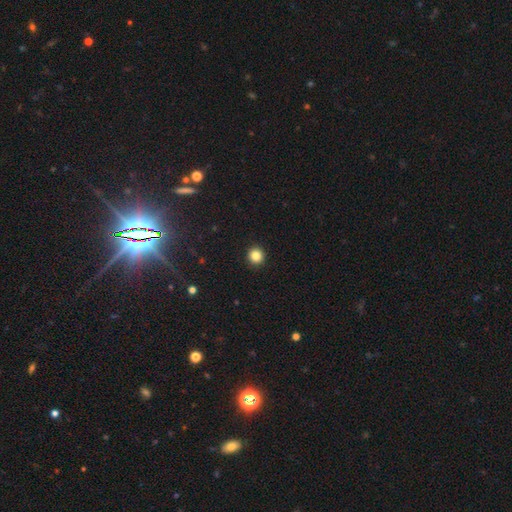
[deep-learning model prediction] A smooth galaxy with no disk features (86%) that is round (95%).

Vote fractions:
- Smooth or featured? smooth: 86% / star or artifact: 11% / featured or disk: 3%
- How rounded? round: 95% / in between: 4% / cigar-shaped: 1%
- Merging? none: 93% / minor disturbance: 4% / major disturbance: 2% / merger: 1%